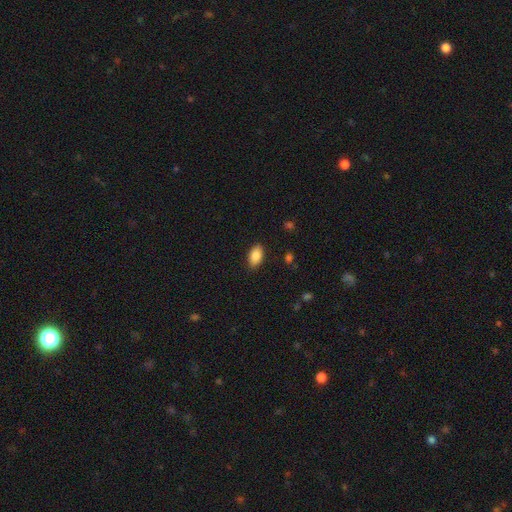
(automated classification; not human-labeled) smooth 87%, star or artifact 7%, featured or disk 6%. Down the decision tree: how rounded — in between (92%); merging — none (87%).